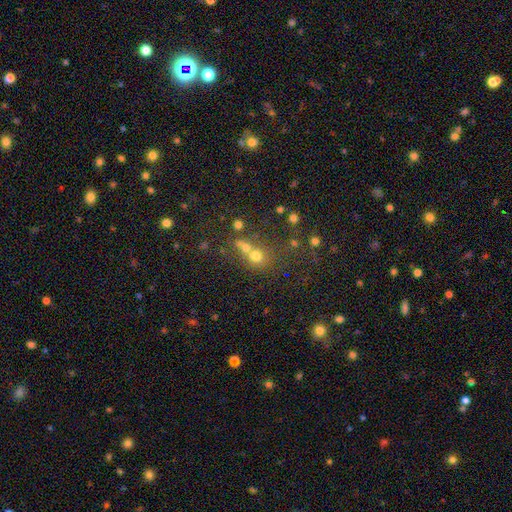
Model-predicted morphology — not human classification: Smooth or featured: smooth — 63% (star or artifact — 23%)
How rounded: round — 76% (in between — 23%)
Merging: merger — 47% (none — 39%)